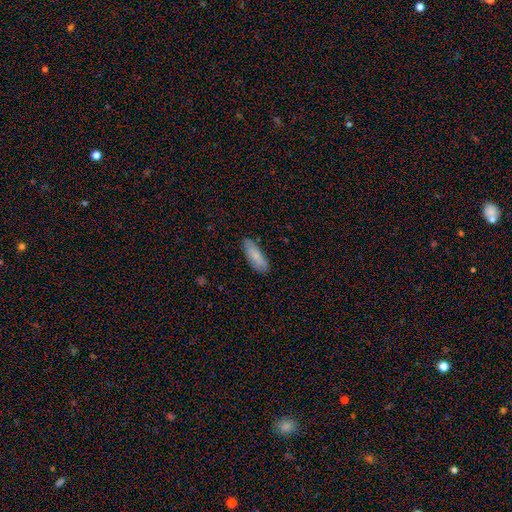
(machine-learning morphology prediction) A smooth galaxy with no disk features (80%) that is in between round and cigar-shaped (68%). Merging: none (82%).